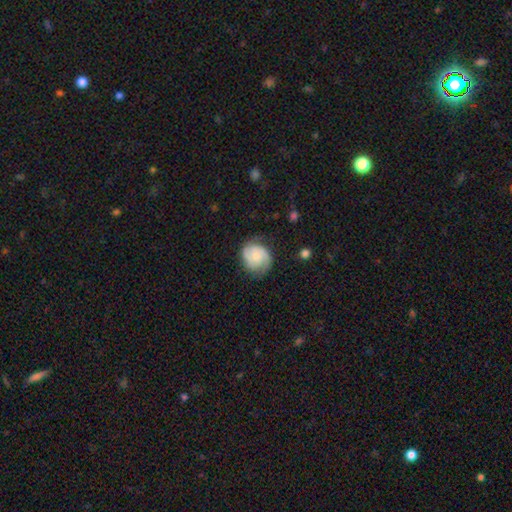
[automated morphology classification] A featured or disk galaxy (71%) with no bar (68%), 2 (69%) tight (48%) spiral arms (95%) and a small central bulge (57%). Merging: none (72%).